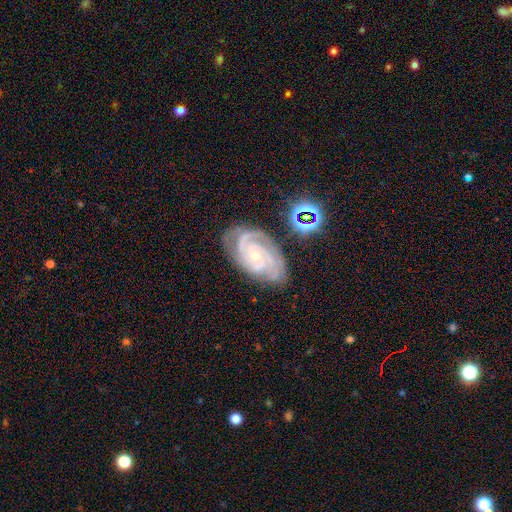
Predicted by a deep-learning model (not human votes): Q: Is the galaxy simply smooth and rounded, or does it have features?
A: featured or disk — 89%.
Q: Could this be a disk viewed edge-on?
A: no — 97%.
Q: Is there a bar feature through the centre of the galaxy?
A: no — 66%.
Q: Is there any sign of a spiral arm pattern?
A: yes — 98%.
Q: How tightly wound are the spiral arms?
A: tight — 73%.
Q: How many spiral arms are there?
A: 3 — 36%.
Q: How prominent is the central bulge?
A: small — 68%.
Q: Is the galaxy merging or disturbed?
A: none — 70%.